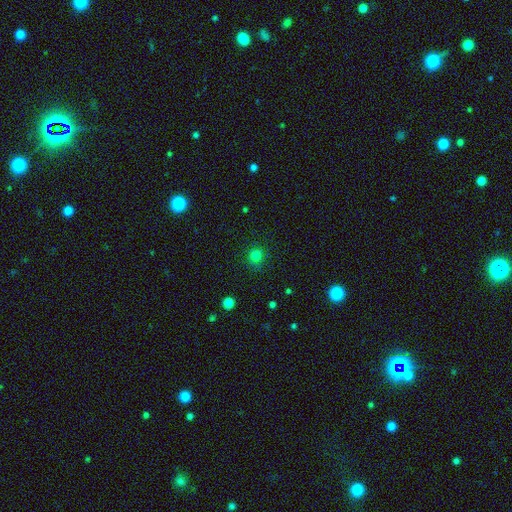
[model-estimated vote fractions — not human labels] This appears to be a smooth galaxy with no disk features (80%) that is round (89%). Merging: none (85%).